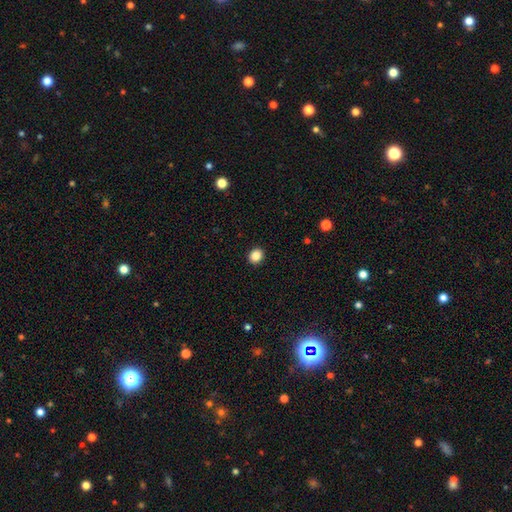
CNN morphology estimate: The model was most divided on "how rounded": round: 76%, in between: 23%, cigar-shaped: 1%. More confident: merging — none (93%); smooth or featured — smooth (86%).